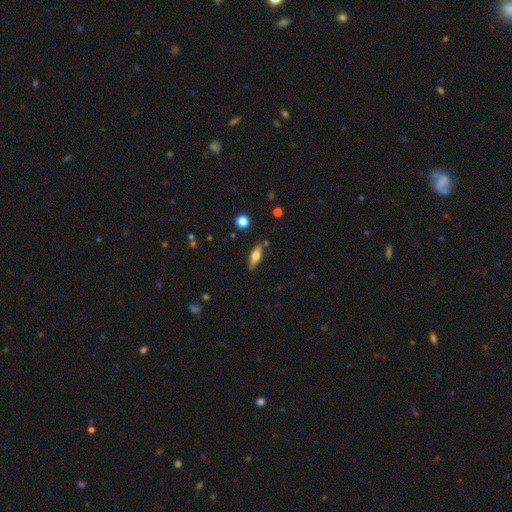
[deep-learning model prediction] Q: Smooth or featured?
A: smooth (58%); runner-up: featured or disk (35%)
Q: How rounded?
A: in between (53%); runner-up: cigar-shaped (44%)
Q: Merging?
A: none (81%); runner-up: minor disturbance (12%)